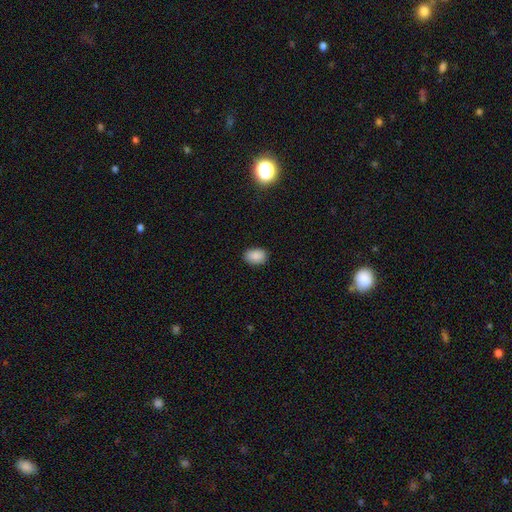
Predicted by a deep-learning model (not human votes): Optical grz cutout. It shows a smooth galaxy with no disk features (88%) that is in between round and cigar-shaped (78%). Merging: none (87%).